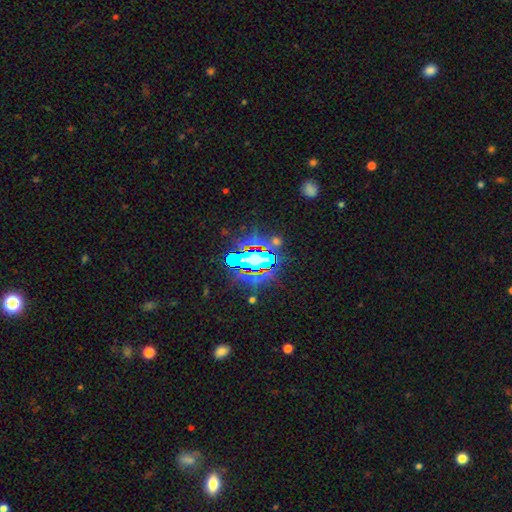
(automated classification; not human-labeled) A star or artifact, not a galaxy (69%).

Vote fractions:
- Smooth or featured? star or artifact: 69% / smooth: 17% / featured or disk: 14%